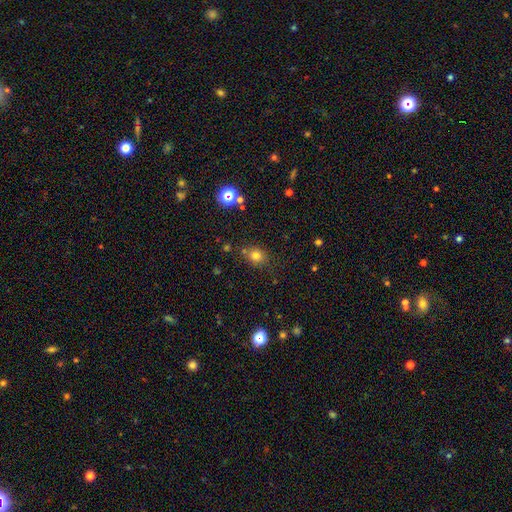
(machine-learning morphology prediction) Overall: smooth (76%). How rounded: round (68%; in between 30%). Merging: none (73%).